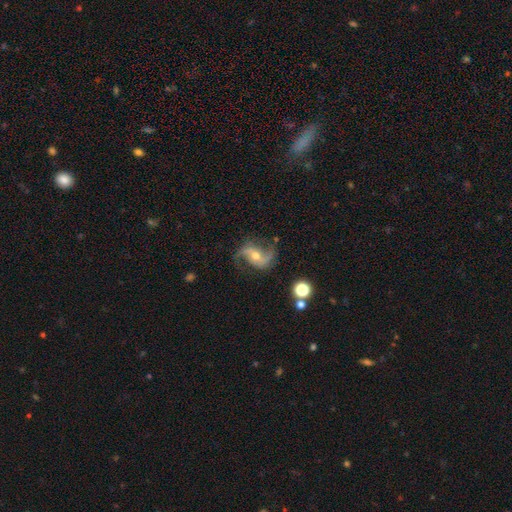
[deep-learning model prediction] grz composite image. It shows a featured or disk galaxy (87%) with no bar (46%), 2 (92%) loose (64%) spiral arms (97%) and a moderate central bulge (61%). Merging: none (72%).